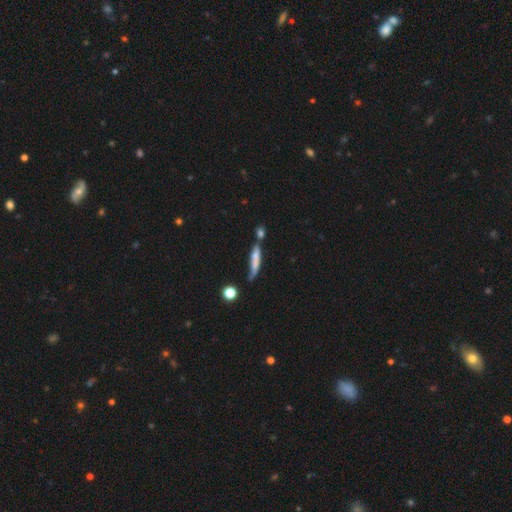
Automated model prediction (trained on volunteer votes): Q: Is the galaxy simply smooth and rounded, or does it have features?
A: smooth — 54%.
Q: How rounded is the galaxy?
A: cigar-shaped — 87%.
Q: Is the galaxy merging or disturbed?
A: none — 44%.